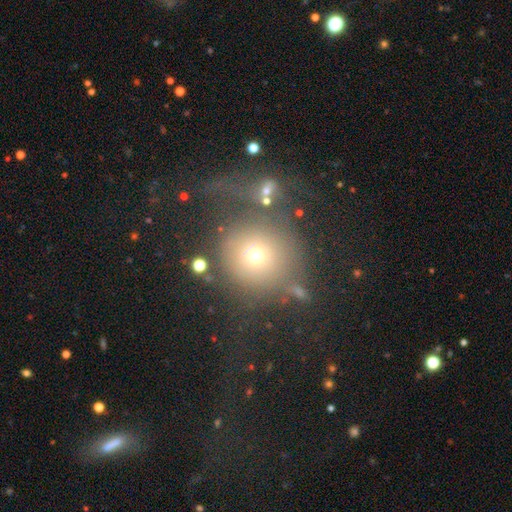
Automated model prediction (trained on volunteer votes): Smooth or featured? smooth (60%)
How rounded? round (92%)
Merging? none (40%)